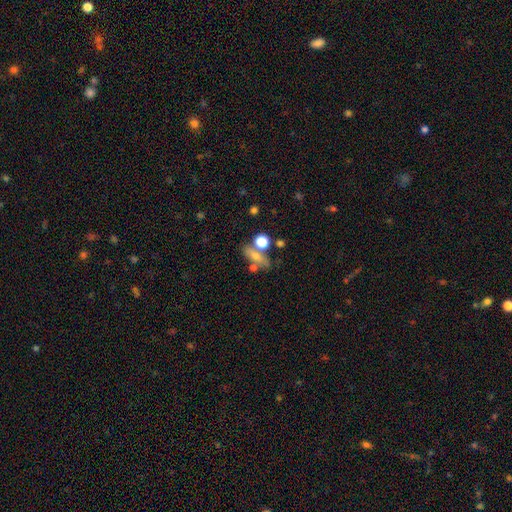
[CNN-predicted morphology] Smooth or featured?
  - smooth: 63% *
  - featured or disk: 23%
  - star or artifact: 13%
How rounded?
  - in between: 46% *
  - cigar-shaped: 31%
  - round: 23%
Merging?
  - none: 55% *
  - merger: 23%
  - minor disturbance: 14%
  - major disturbance: 8%